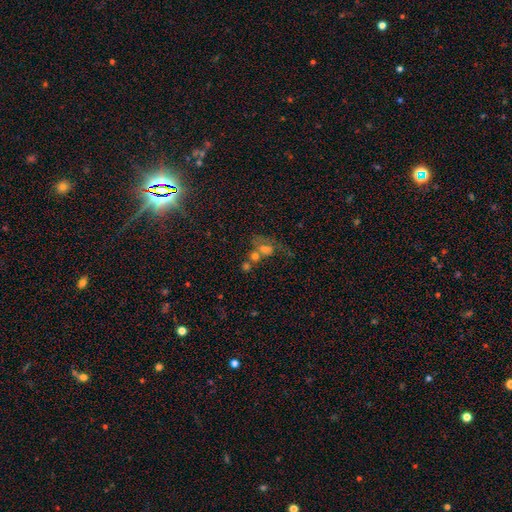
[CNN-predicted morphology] Q: Smooth or featured?
A: star or artifact (36%); tied with: smooth (36%)